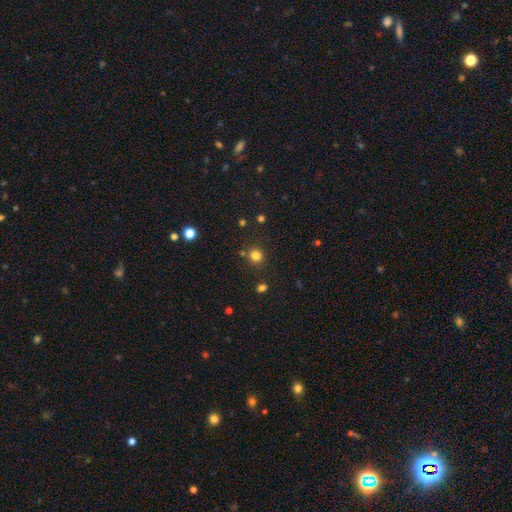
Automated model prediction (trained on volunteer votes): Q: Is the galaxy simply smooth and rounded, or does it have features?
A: smooth — 80%.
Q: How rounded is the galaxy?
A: round — 86%.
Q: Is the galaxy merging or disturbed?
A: none — 81%.